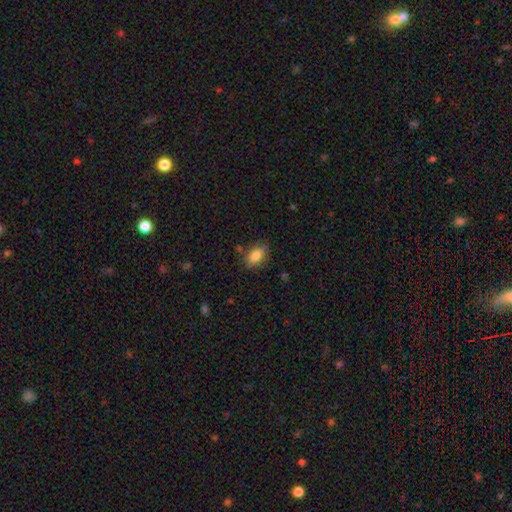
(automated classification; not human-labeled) Morphology: type=smooth (84%); roundness=in between (86%); merging=none (81%).